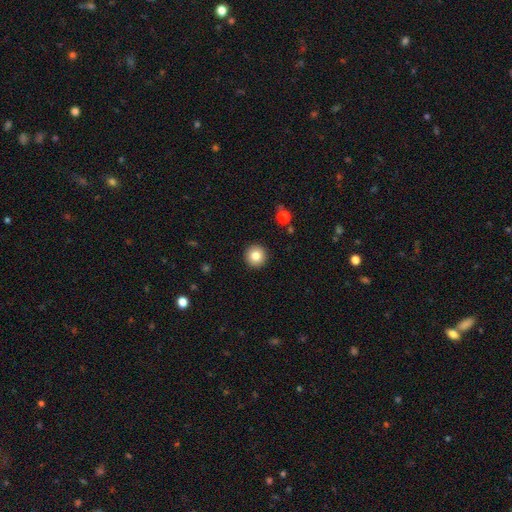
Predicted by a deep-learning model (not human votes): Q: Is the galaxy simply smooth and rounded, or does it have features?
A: smooth — 82%.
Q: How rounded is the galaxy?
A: round — 96%.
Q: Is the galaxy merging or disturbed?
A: none — 93%.